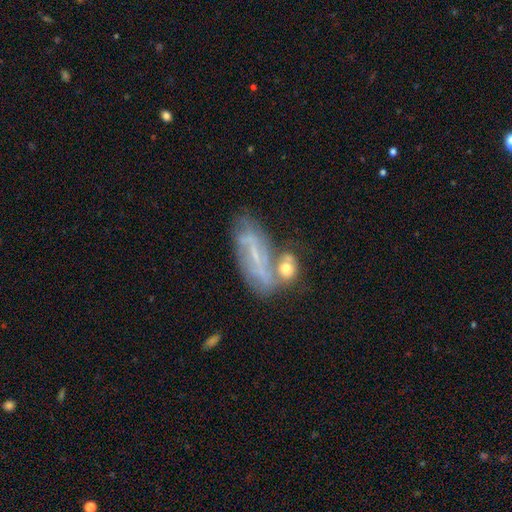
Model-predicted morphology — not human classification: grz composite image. It shows a featured or disk galaxy (68%) with a weak bar (39%), spiral arms (77%) and a small central bulge (66%). Merging: none (43%).